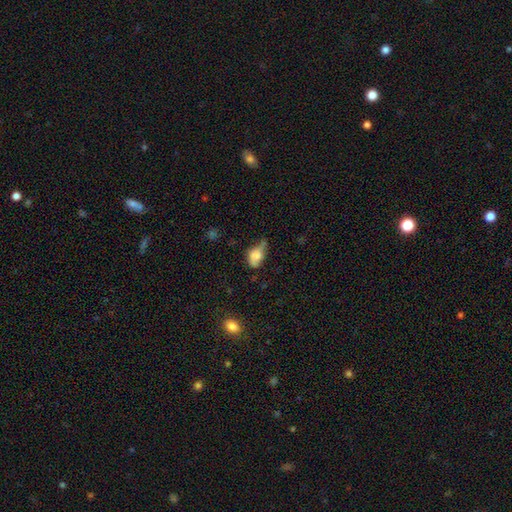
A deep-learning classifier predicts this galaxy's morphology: A smooth galaxy with no disk features (71%) that is in between round and cigar-shaped (80%). Merging: minor disturbance (38%).